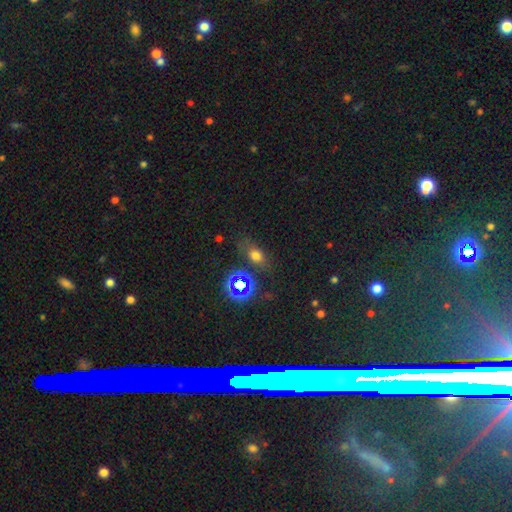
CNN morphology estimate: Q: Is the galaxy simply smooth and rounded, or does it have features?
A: smooth — 61%.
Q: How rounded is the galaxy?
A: in between — 68%.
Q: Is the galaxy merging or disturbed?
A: none — 71%.